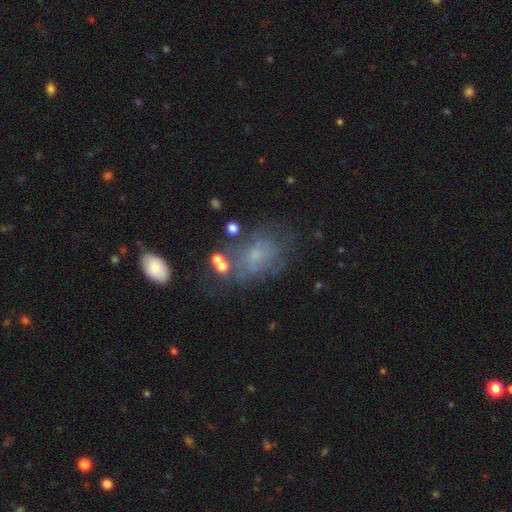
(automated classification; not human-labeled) A smooth galaxy with no disk features (44%). Merging: none (49%).